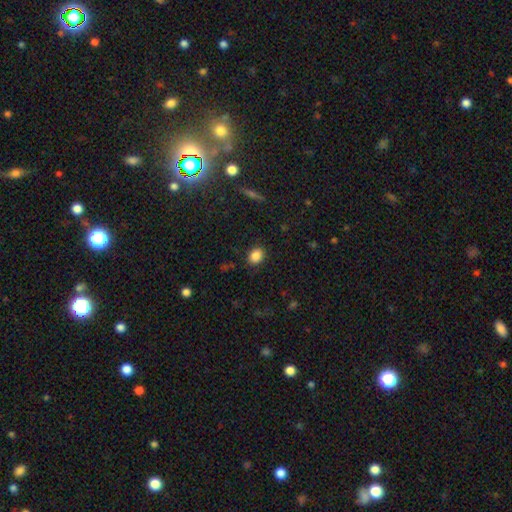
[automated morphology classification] Smooth or featured? smooth (86%)
How rounded? in between (57%)
Merging? none (87%)